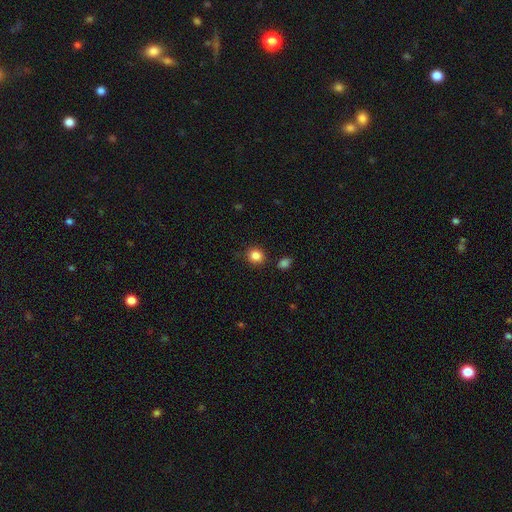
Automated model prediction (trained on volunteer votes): Smooth or featured? smooth (85%)
How rounded? round (79%)
Merging? none (85%)